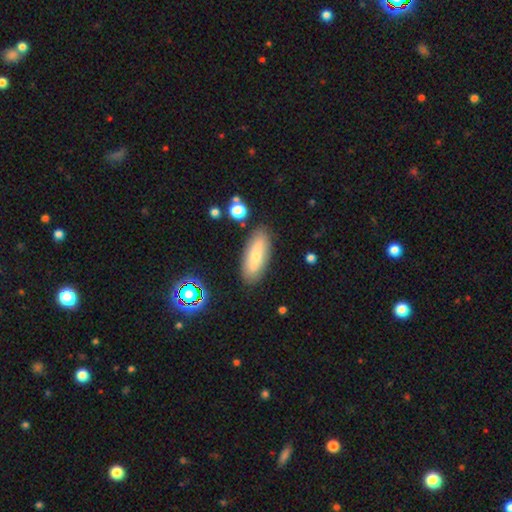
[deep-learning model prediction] Smooth or featured? smooth (62%)
How rounded? in between (70%)
Merging? none (84%)